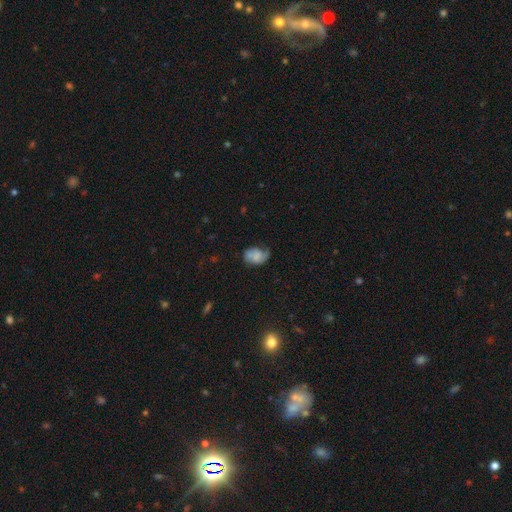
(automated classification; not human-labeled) Q: Smooth or featured?
A: smooth (48%); runner-up: featured or disk (43%)
Q: Merging?
A: none (48%); runner-up: minor disturbance (32%)